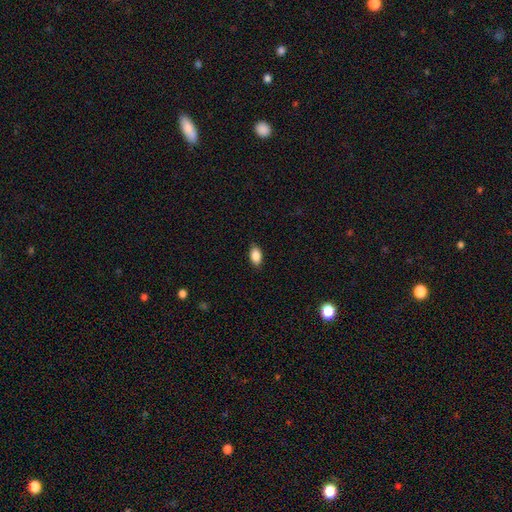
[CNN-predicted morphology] A smooth galaxy with no disk features (88%) that is in between round and cigar-shaped (91%).

Vote fractions:
- Smooth or featured? smooth: 88% / star or artifact: 7% / featured or disk: 5%
- How rounded? in between: 91% / round: 6% / cigar-shaped: 3%
- Merging? none: 86% / minor disturbance: 11% / major disturbance: 2% / merger: 1%